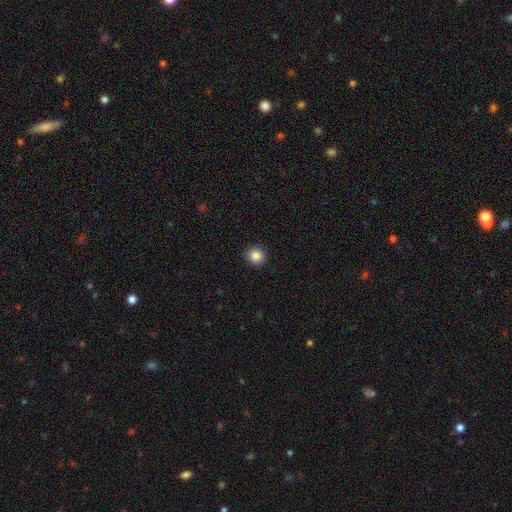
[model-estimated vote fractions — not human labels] A smooth galaxy with no disk features (87%) that is round (93%).

Vote fractions:
- Smooth or featured? smooth: 87% / star or artifact: 10% / featured or disk: 4%
- How rounded? round: 93% / in between: 6% / cigar-shaped: 1%
- Merging? none: 92% / minor disturbance: 5% / major disturbance: 2% / merger: 1%